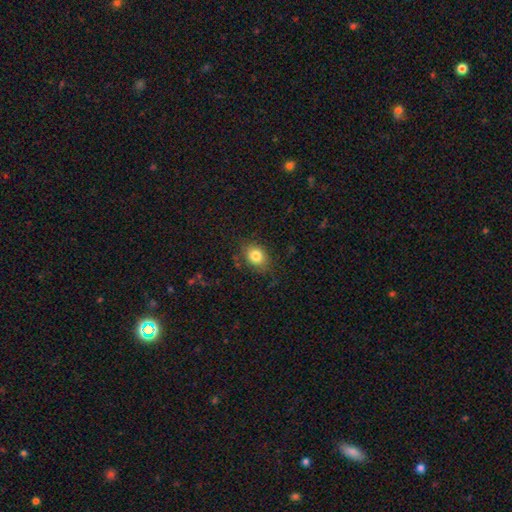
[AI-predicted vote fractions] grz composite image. It shows a smooth galaxy with no disk features (82%) that is in between round and cigar-shaped (50%). Merging: none (77%).